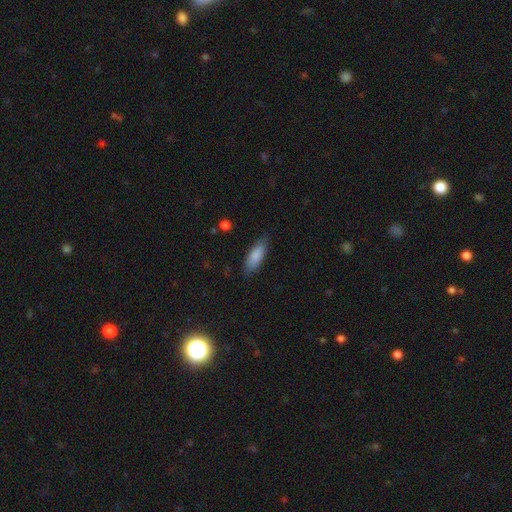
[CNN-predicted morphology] This is clearly a smooth galaxy (85%). How rounded: likely in between (66%). Merging: clearly none (82%).